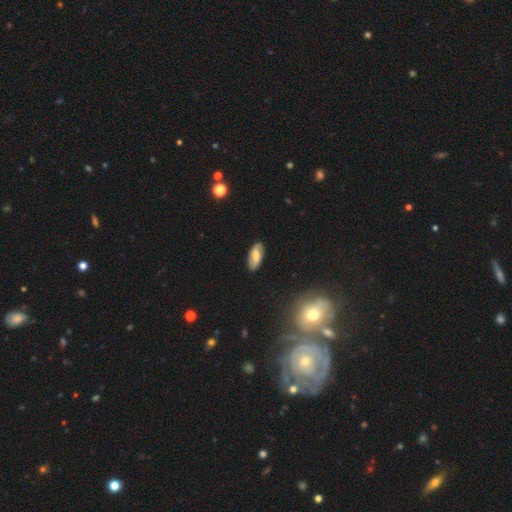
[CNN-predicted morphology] This appears to be a smooth galaxy with no disk features (46%, tied with featured or disk). Merging: none (85%).